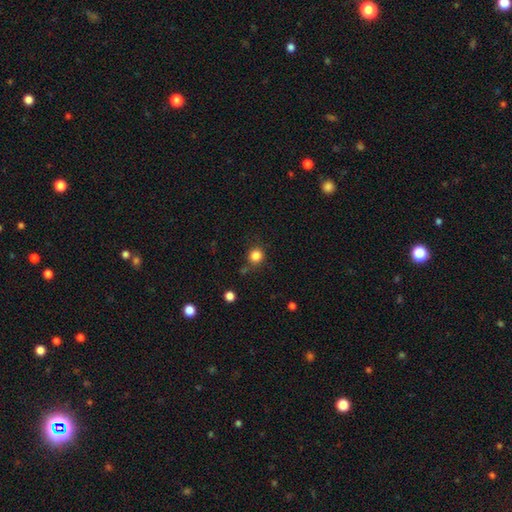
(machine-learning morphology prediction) Smooth or featured?
  - smooth: 84% *
  - star or artifact: 12%
  - featured or disk: 4%
How rounded?
  - round: 89% *
  - in between: 10%
  - cigar-shaped: 1%
Merging?
  - none: 78% *
  - minor disturbance: 12%
  - merger: 6%
  - major disturbance: 4%